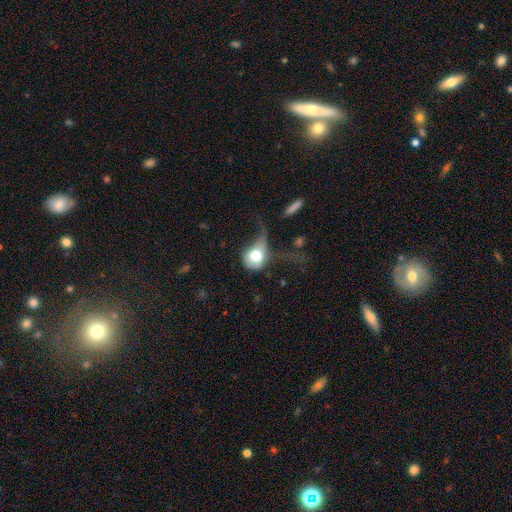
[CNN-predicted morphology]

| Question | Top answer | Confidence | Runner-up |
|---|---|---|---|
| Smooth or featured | smooth | 68% | featured or disk (23%) |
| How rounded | round | 65% | in between (33%) |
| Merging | major disturbance | 56% | minor disturbance (21%) |